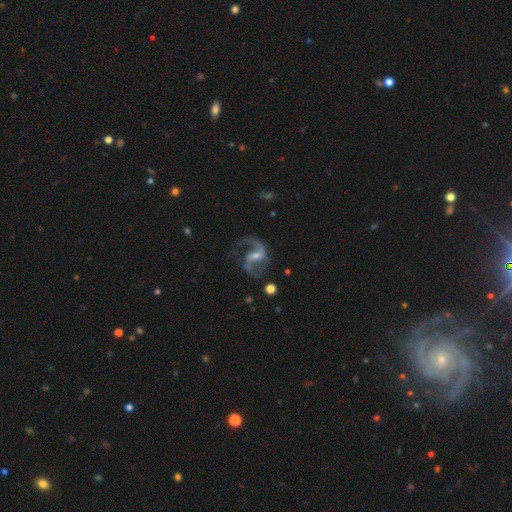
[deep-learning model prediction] smooth_or_featured: featured or disk (p=0.89) [alt: star or artifact p=0.06]
disk_edge_on: no (p=0.98) [alt: yes p=0.02]
bar: weak (p=0.49) [alt: strong p=0.29]
has_spiral_arms: yes (p=0.97) [alt: no p=0.03]
spiral_winding: loose (p=0.55) [alt: medium p=0.39]
spiral_arm_count: 2 (p=0.87) [alt: 1 p=0.08]
bulge_size: small (p=0.48) [alt: moderate p=0.41]
merging: none (p=0.66) [alt: major disturbance p=0.16]